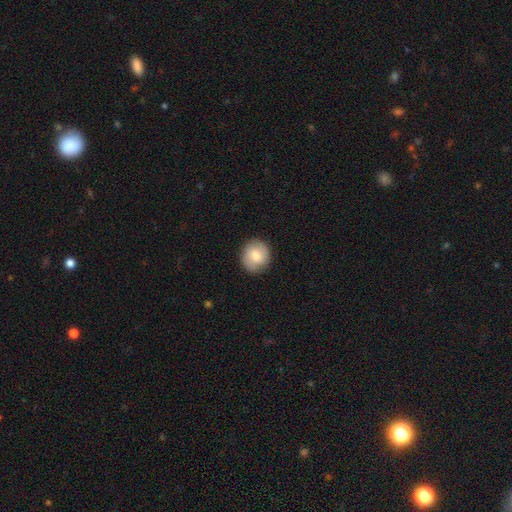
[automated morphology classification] Smooth or featured?
  - smooth: 74% *
  - featured or disk: 19%
  - star or artifact: 7%
How rounded?
  - round: 82% *
  - in between: 18%
  - cigar-shaped: 1%
Merging?
  - none: 88% *
  - minor disturbance: 9%
  - major disturbance: 2%
  - merger: 1%